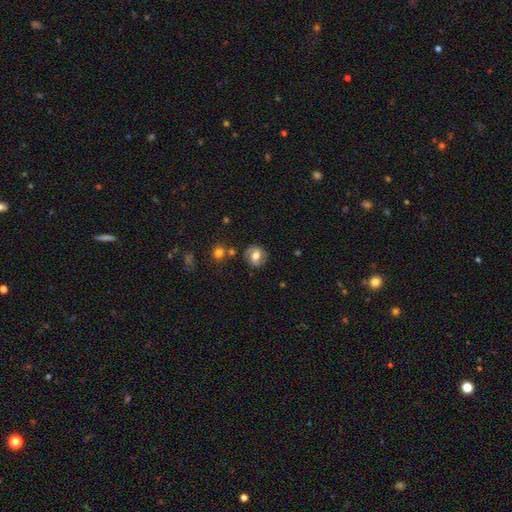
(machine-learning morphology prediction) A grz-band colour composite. It shows a featured or disk galaxy (47%). Merging: none (79%).